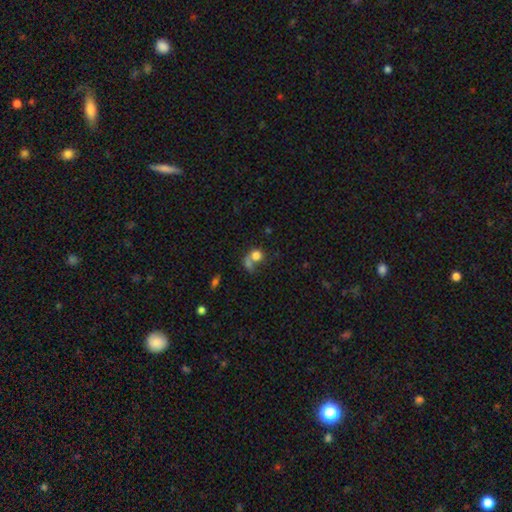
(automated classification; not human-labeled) Smooth or featured? smooth (75%)
How rounded? round (75%)
Merging? merger (44%)